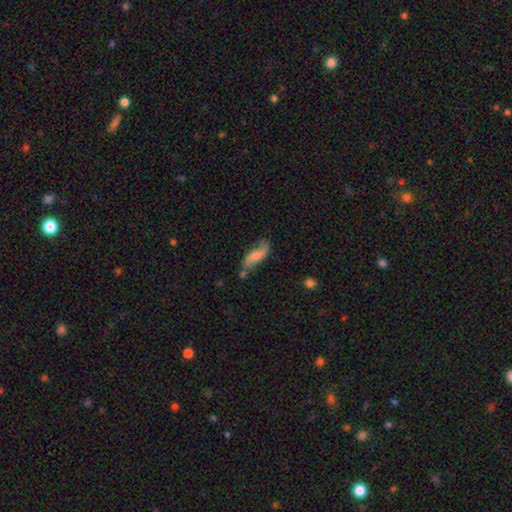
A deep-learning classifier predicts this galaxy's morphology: Smooth or featured?
  - featured or disk: 55% *
  - smooth: 38%
  - star or artifact: 7%
Edge-on disk?
  - no: 89% *
  - yes: 11%
Merging?
  - none: 58% *
  - minor disturbance: 23%
  - merger: 9%
  - major disturbance: 9%